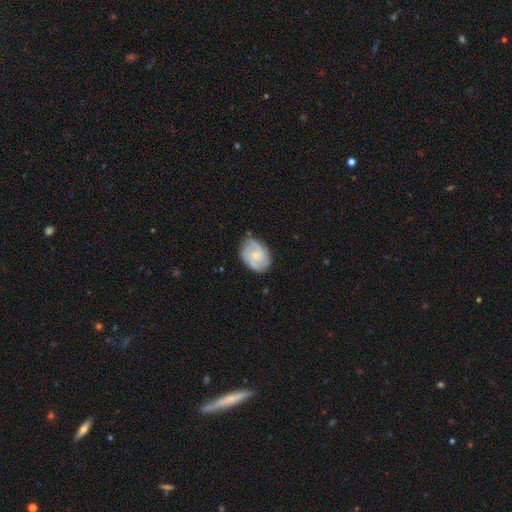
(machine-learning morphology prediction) smooth_or_featured: featured or disk (p=0.73) [alt: smooth p=0.21]
disk_edge_on: no (p=0.98) [alt: yes p=0.02]
bar: no (p=0.70) [alt: weak p=0.27]
has_spiral_arms: yes (p=0.92) [alt: no p=0.08]
spiral_winding: tight (p=0.49) [alt: medium p=0.40]
spiral_arm_count: 2 (p=0.33) [alt: 3 p=0.28]
bulge_size: small (p=0.66) [alt: moderate p=0.28]
merging: none (p=0.73) [alt: minor disturbance p=0.20]